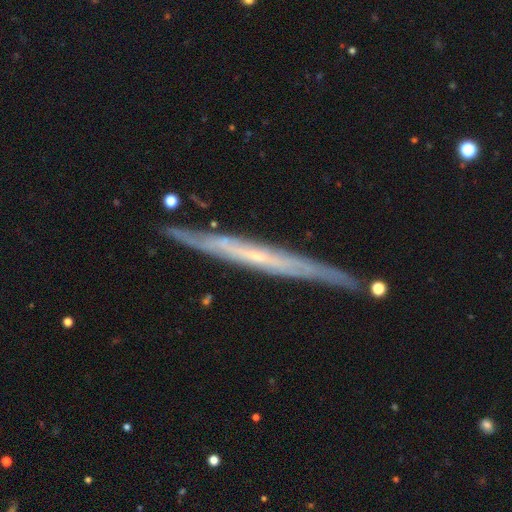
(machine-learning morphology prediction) This appears to be a featured or disk galaxy (75%) viewed edge-on (90%) with no central bulge (73%). Merging: none (82%).